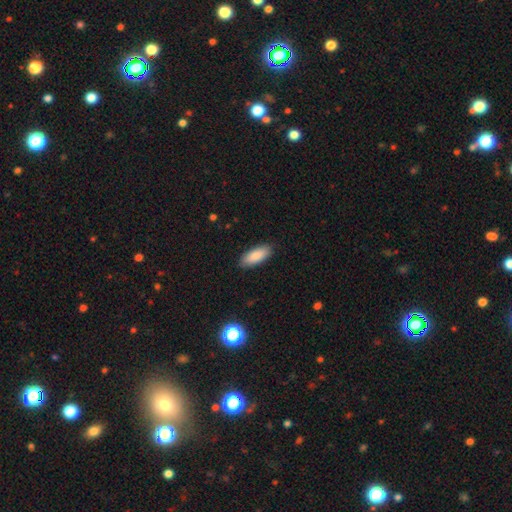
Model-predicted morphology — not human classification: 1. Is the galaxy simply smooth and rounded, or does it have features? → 88% smooth, 6% featured or disk, 6% star or artifact.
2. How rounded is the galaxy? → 80% in between, 19% cigar-shaped, 2% round.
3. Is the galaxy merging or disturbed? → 88% none, 9% minor disturbance, 2% major disturbance, 1% merger.